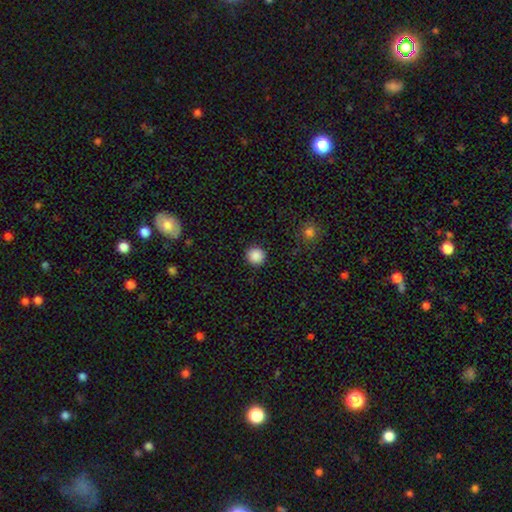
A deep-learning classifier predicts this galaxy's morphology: This is clearly a smooth galaxy (88%). How rounded: clearly round (94%). Merging: clearly none (92%).